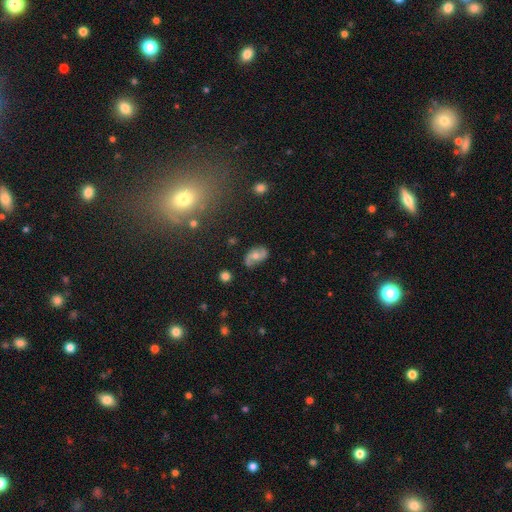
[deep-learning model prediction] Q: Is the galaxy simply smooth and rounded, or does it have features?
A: featured or disk — 68%.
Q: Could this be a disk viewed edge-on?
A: no — 96%.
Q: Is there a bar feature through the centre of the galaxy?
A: no — 61%.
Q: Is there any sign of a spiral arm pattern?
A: yes — 89%.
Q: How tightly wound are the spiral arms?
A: loose — 50%.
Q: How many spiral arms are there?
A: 2 — 87%.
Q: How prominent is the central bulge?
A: moderate — 60%.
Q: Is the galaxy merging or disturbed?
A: none — 70%.